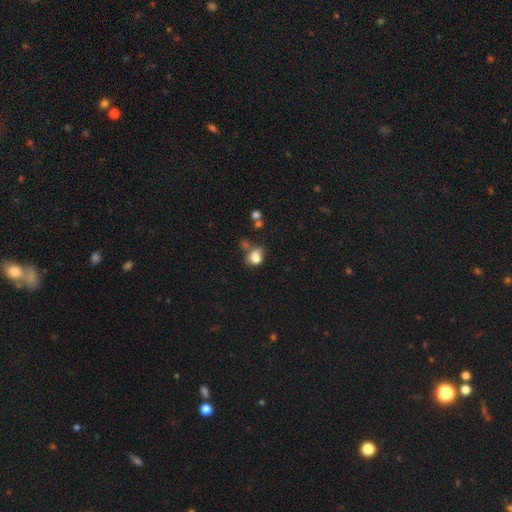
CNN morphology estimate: A smooth galaxy with no disk features (76%) that is in between round and cigar-shaped (53%). Merging: none (39%).